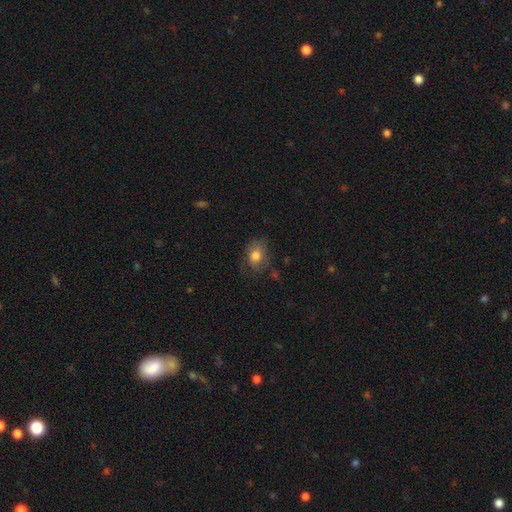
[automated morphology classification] The model was most divided on "how rounded": in between: 59%, round: 40%, cigar-shaped: 1%. More confident: smooth or featured — smooth (75%); merging — none (59%).